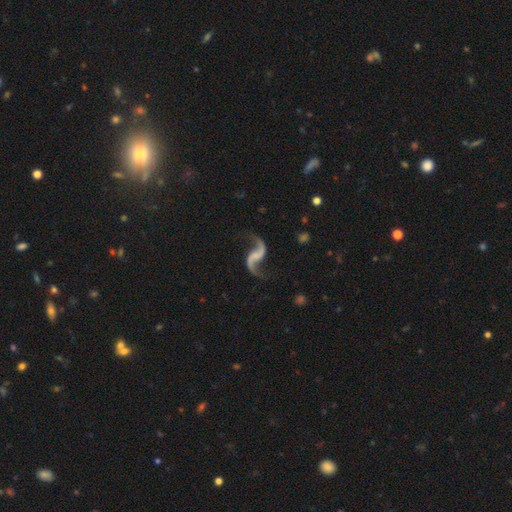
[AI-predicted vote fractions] Smooth or featured: featured or disk — 91% (star or artifact — 5%)
Edge-on disk: no — 98% (yes — 2%)
Bar: no — 49% (weak — 35%)
Spiral arms: yes — 97% (no — 3%)
Spiral winding: loose — 90% (medium — 8%)
Spiral arm count: 2 — 94% (1 — 2%)
Bulge size: none — 69% (small — 18%)
Merging: none — 75% (minor disturbance — 13%)